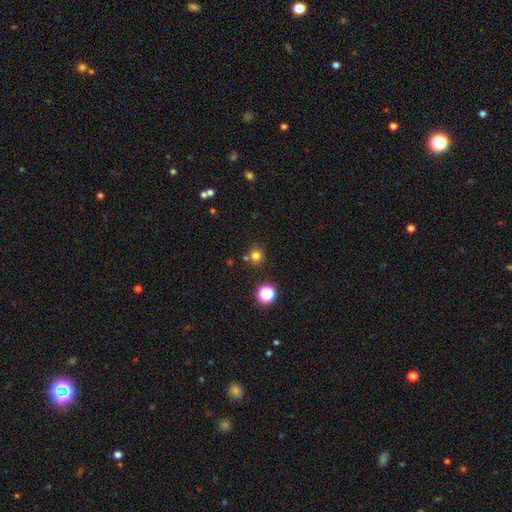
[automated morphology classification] This is likely a smooth galaxy (76%). How rounded: clearly round (92%). Merging: likely none (78%).